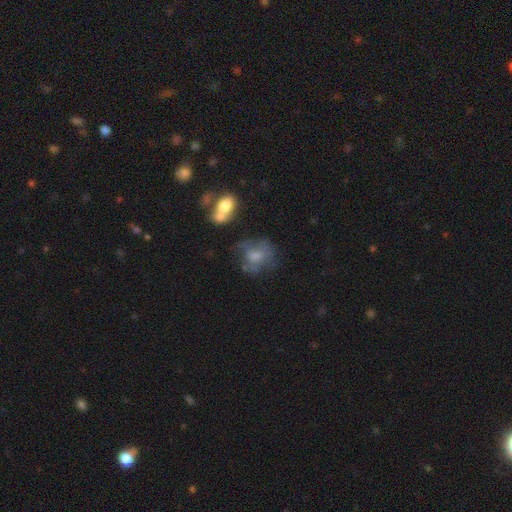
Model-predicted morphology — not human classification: A smooth galaxy with no disk features (51%) that is round (51%). Merging: none (42%).